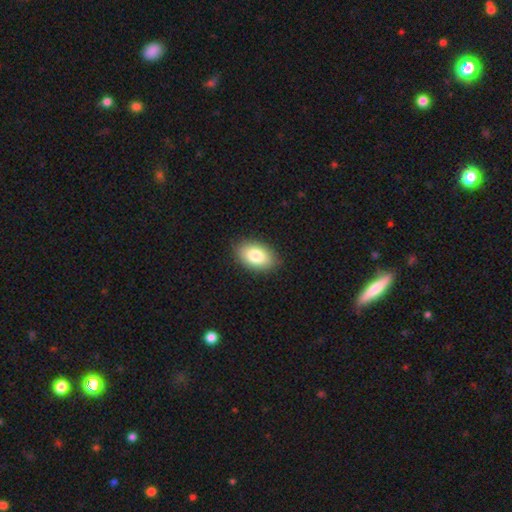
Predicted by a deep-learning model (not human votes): Q: Smooth or featured?
A: smooth (83%); runner-up: featured or disk (10%)
Q: How rounded?
A: in between (91%); runner-up: round (8%)
Q: Merging?
A: none (87%); runner-up: minor disturbance (9%)